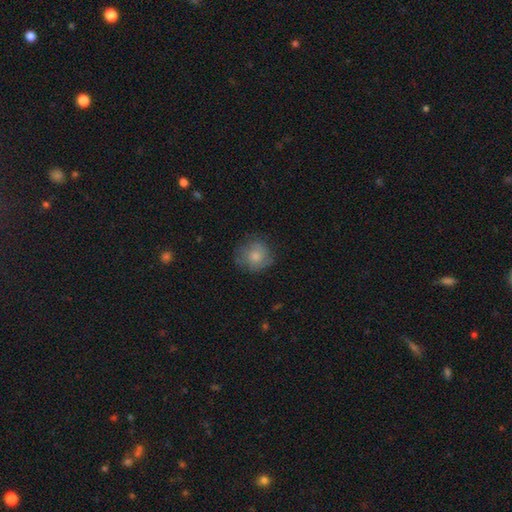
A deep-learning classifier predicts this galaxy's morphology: This is likely a smooth galaxy (76%). How rounded: clearly round (89%). Merging: likely none (73%).